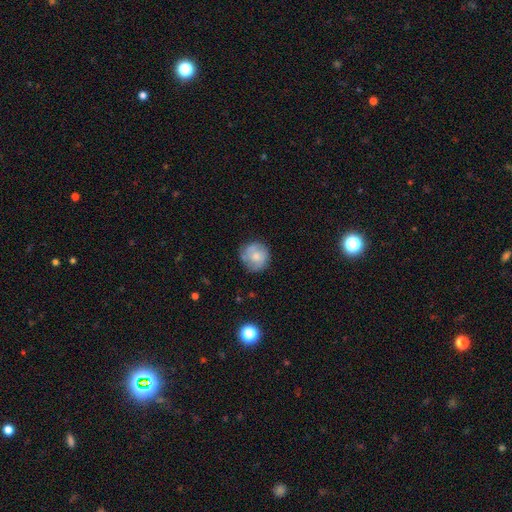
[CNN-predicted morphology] Overall: smooth (57%; featured or disk 35%). How rounded: round (90%). Merging: none (73%).